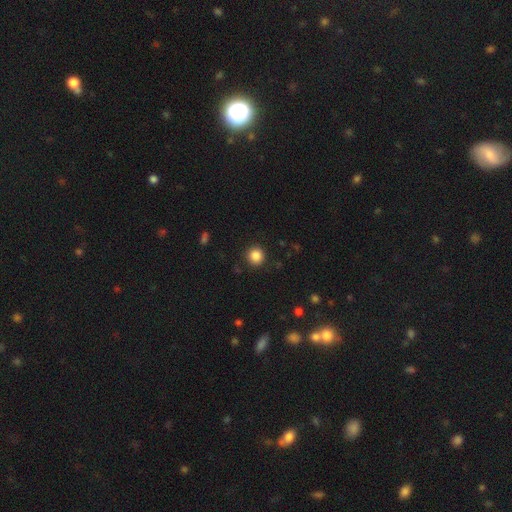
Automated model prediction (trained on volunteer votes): Q: Smooth or featured?
A: smooth (86%); runner-up: star or artifact (11%)
Q: How rounded?
A: round (93%); runner-up: in between (6%)
Q: Merging?
A: none (91%); runner-up: minor disturbance (6%)